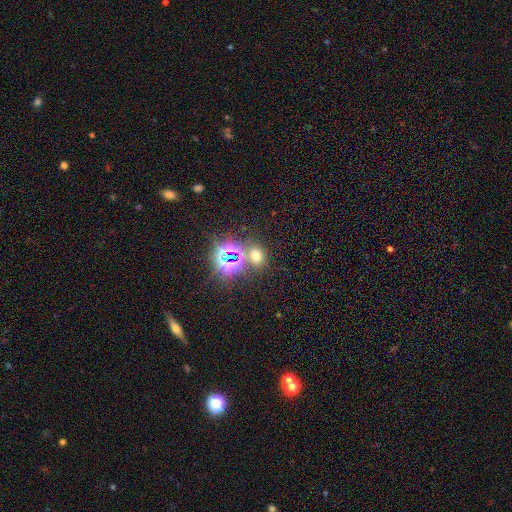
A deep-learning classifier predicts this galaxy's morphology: smooth_or_featured: smooth (p=0.51) [alt: star or artifact p=0.42]
how_rounded: round (p=0.60) [alt: in between p=0.39]
merging: none (p=0.72) [alt: merger p=0.16]